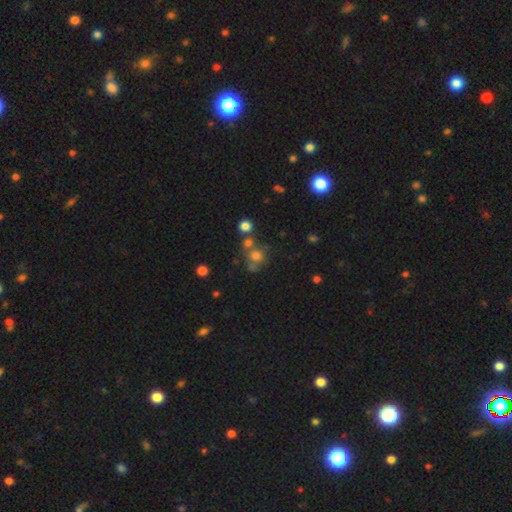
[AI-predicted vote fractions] smooth_or_featured: smooth (p=0.66) [alt: star or artifact p=0.20]
how_rounded: round (p=0.78) [alt: in between p=0.21]
merging: none (p=0.47) [alt: merger p=0.30]